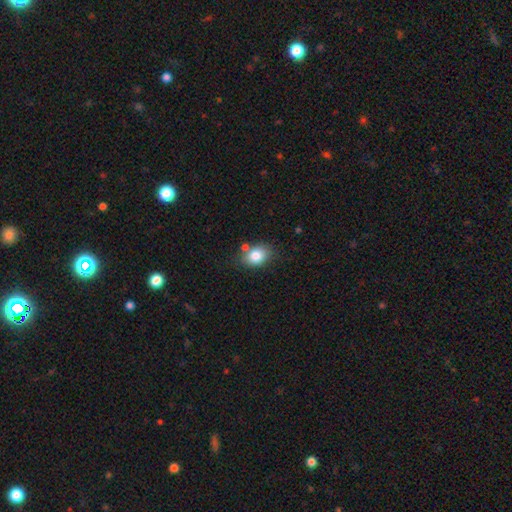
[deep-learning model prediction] smooth 83%, star or artifact 9%, featured or disk 8%. Down the decision tree: how rounded — in between (64%); merging — none (67%).